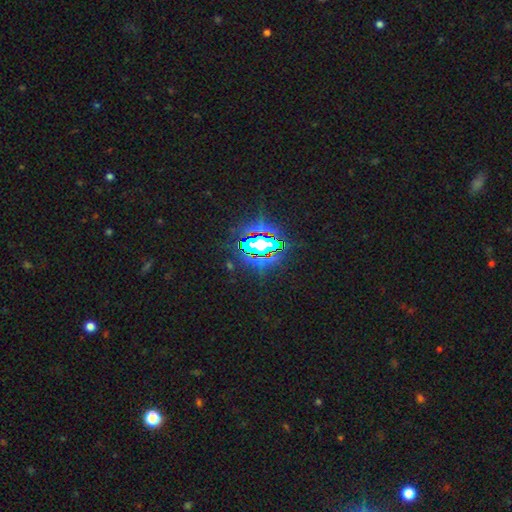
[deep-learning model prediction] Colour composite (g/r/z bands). It shows a star or artifact, not a galaxy (86%).